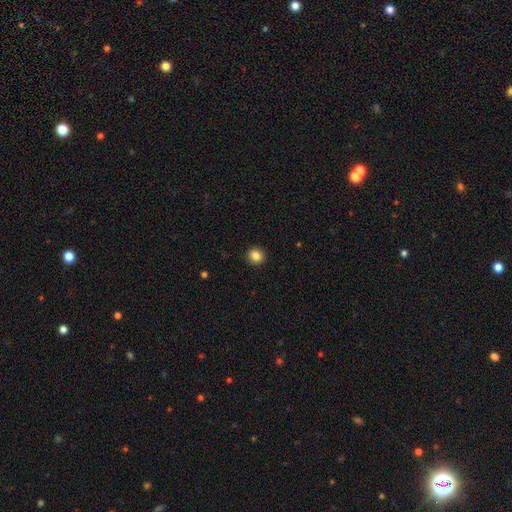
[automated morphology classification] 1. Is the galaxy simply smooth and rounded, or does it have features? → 85% smooth, 10% star or artifact, 5% featured or disk.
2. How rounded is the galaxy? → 86% round, 13% in between, 1% cigar-shaped.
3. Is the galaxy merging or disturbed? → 92% none, 5% minor disturbance, 2% major disturbance, 1% merger.